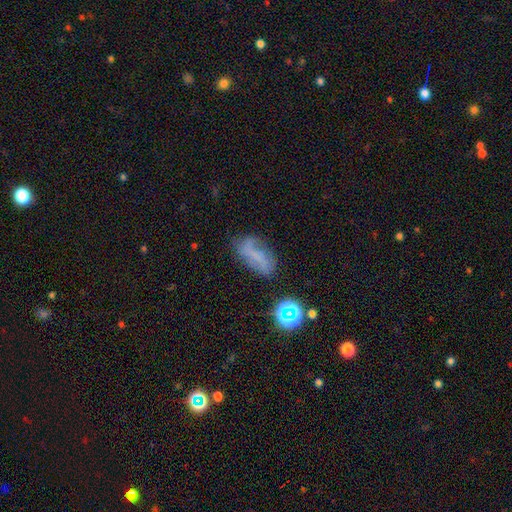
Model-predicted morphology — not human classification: The model was most divided on "smooth or featured": featured or disk: 45%, smooth: 37%, star or artifact: 18%. More confident: merging — none (55%).